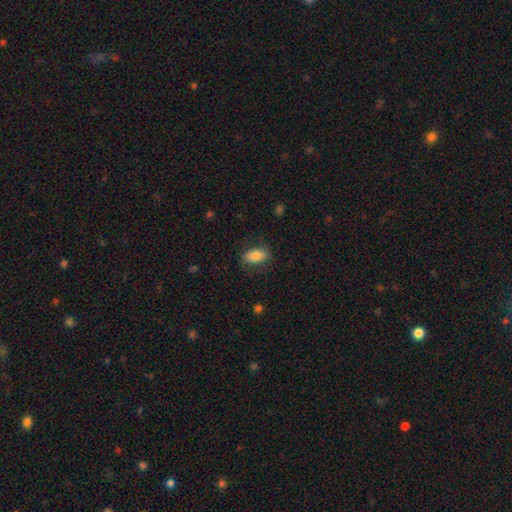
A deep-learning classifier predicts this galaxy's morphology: This is likely a smooth galaxy (76%). How rounded: clearly in between (90%). Merging: likely none (73%).